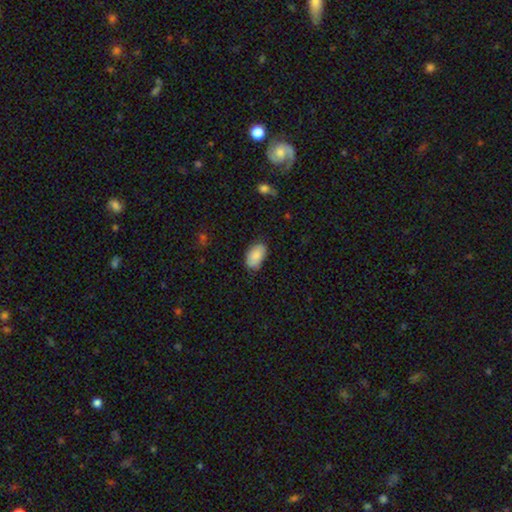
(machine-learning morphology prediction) Smooth or featured? Predicted: smooth (p=0.87). How rounded? Predicted: in between (p=0.93). Merging? Predicted: none (p=0.75).